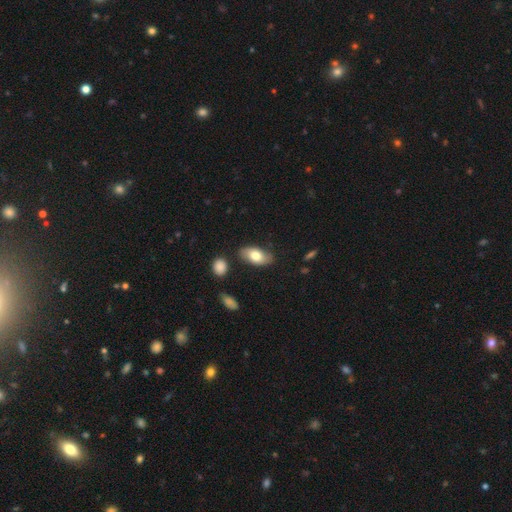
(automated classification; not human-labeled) This is likely a smooth galaxy (75%). How rounded: clearly in between (92%). Merging: likely none (79%).